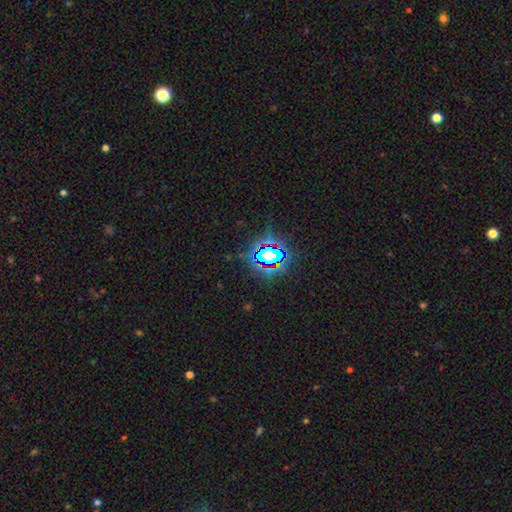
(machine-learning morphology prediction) Smooth or featured?
  - star or artifact: 71% *
  - smooth: 19%
  - featured or disk: 10%